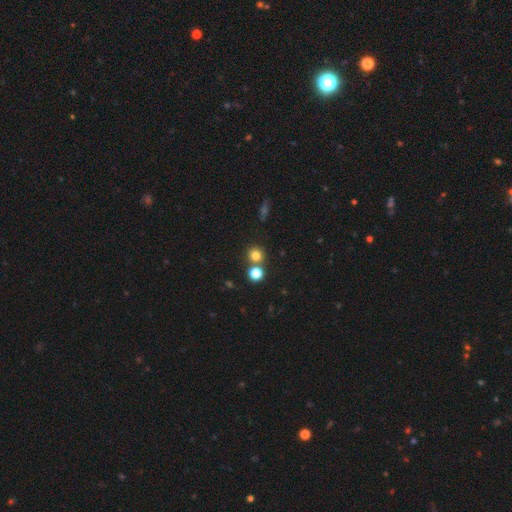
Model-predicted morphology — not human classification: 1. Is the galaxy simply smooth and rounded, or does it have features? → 77% smooth, 16% star or artifact, 7% featured or disk.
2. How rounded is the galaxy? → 89% round, 10% in between, 1% cigar-shaped.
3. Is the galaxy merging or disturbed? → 70% none, 21% merger, 7% minor disturbance, 3% major disturbance.